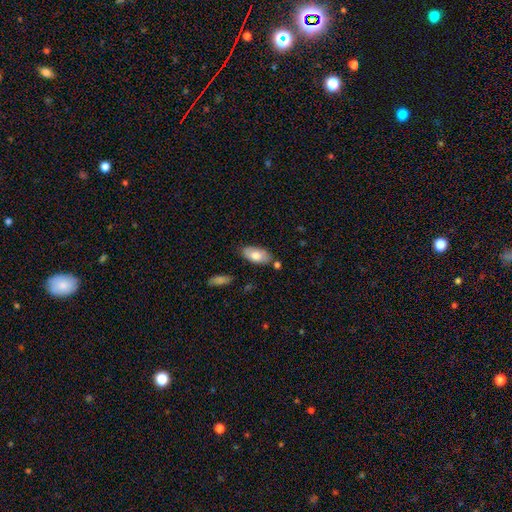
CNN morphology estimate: type=smooth (74%); roundness=in between (93%); merging=none (77%).